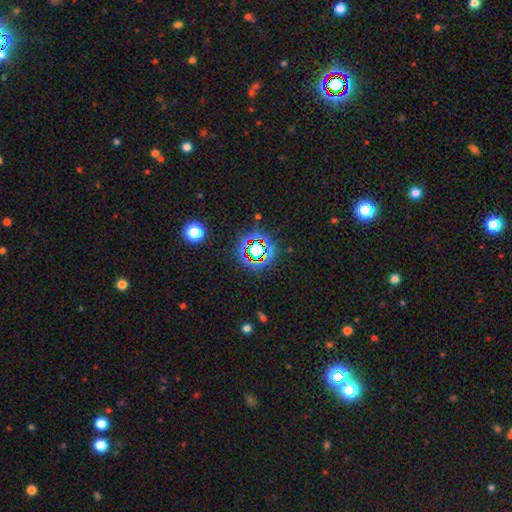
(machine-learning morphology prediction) A star or artifact, not a galaxy (66%).